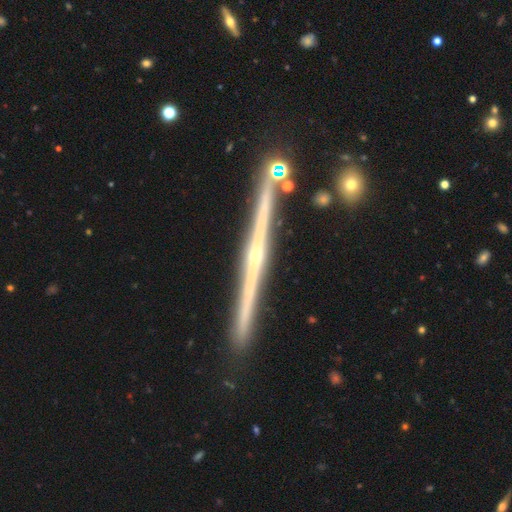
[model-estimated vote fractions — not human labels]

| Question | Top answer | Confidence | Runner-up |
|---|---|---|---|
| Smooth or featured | featured or disk | 86% | smooth (8%) |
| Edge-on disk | yes | 99% | no (1%) |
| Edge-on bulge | rounded | 63% | none (28%) |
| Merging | none | 90% | minor disturbance (6%) |